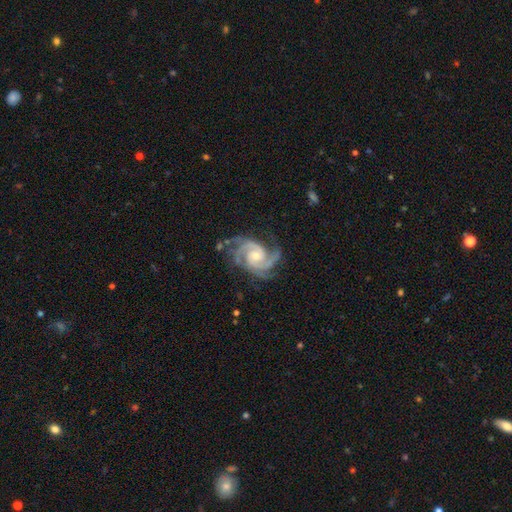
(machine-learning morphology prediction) This appears to be a featured or disk galaxy (94%) with no bar (63%), 3 (47%) tight (50%) spiral arms (99%) and a small central bulge (52%). Merging: none (71%).